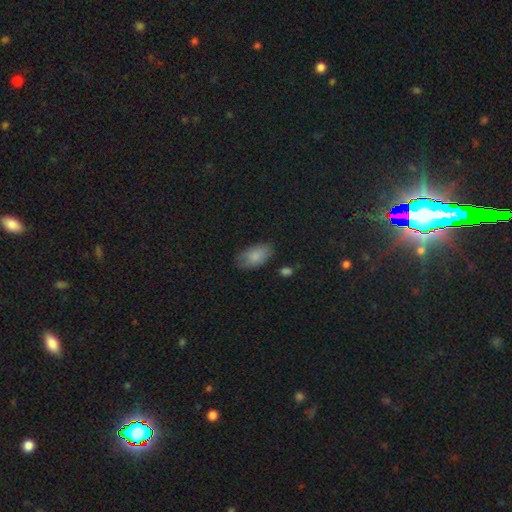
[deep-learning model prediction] Morphology: type=smooth (84%); roundness=in between (93%); merging=none (71%).